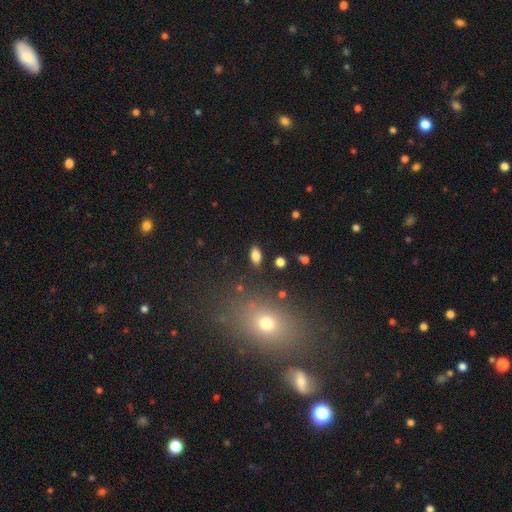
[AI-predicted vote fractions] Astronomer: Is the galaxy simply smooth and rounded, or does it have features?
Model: smooth — 80%.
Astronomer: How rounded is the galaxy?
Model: in between — 90%.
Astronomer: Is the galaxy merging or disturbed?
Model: none — 86%.